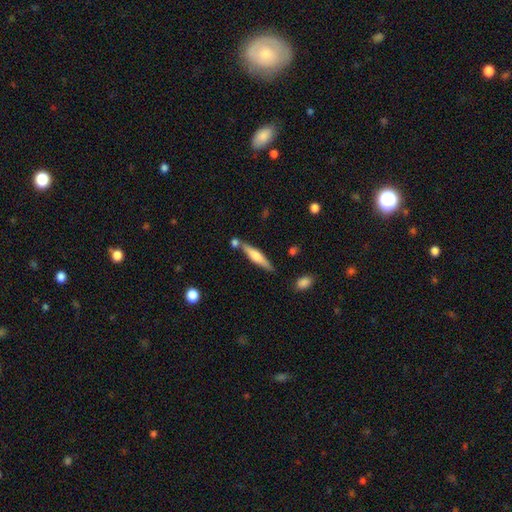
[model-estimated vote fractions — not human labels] Overall: smooth (48%; featured or disk 46%). Merging: none (75%).